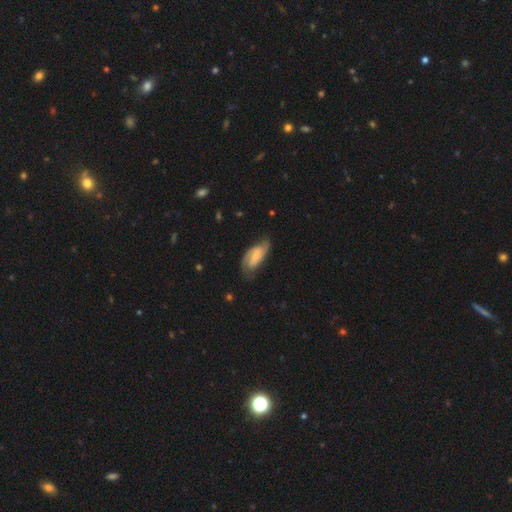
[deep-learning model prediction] smooth-or-featured: featured or disk: 65% | smooth: 29% | star or artifact: 6%
  disk-edge-on: no: 94% | yes: 6%
    bar: no: 42% | weak: 40% | strong: 18%
    has-spiral-arms: yes: 91% | no: 9%
      spiral-winding: medium: 43% | tight: 34% | loose: 22%
      spiral-arm-count: 2: 78% | can't tell: 12% | 1: 5% | 3: 3% | 4: 1% | more than 4: 1%
    bulge-size: small: 59% | moderate: 25% | none: 12% | large: 3% | dominant: 1%
  merging: none: 62% | minor disturbance: 26% | major disturbance: 10% | merger: 2%